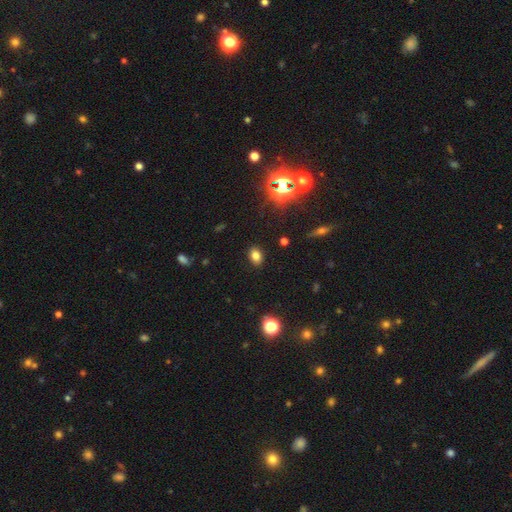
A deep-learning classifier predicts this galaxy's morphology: smooth_or_featured: smooth (p=0.77) [alt: star or artifact p=0.16]
how_rounded: in between (p=0.77) [alt: round p=0.21]
merging: none (p=0.88) [alt: minor disturbance p=0.08]